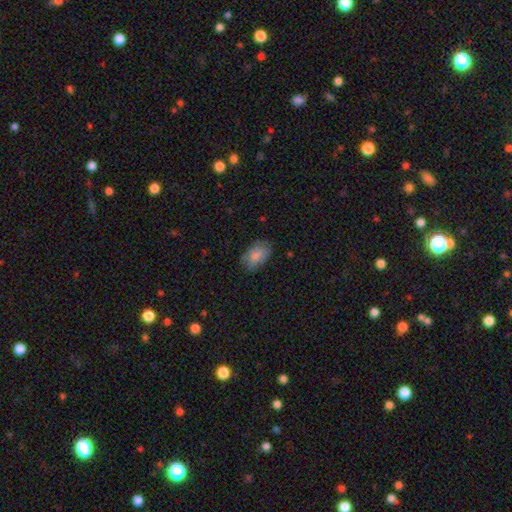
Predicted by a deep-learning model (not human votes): Q: Smooth or featured?
A: smooth (77%); runner-up: featured or disk (15%)
Q: How rounded?
A: in between (89%); runner-up: round (9%)
Q: Merging?
A: none (78%); runner-up: minor disturbance (17%)